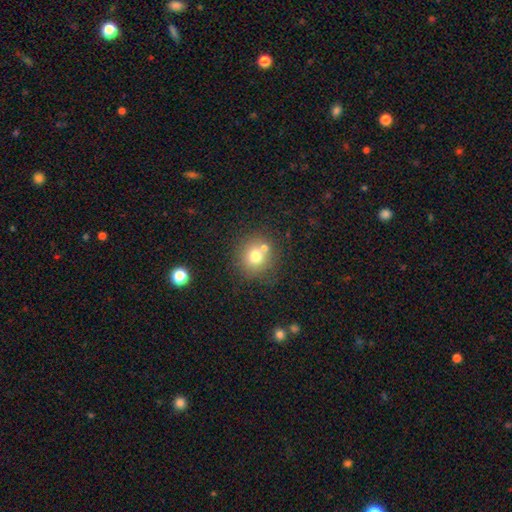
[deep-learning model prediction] A smooth galaxy with no disk features (72%) that is round (88%). Merging: none (64%).